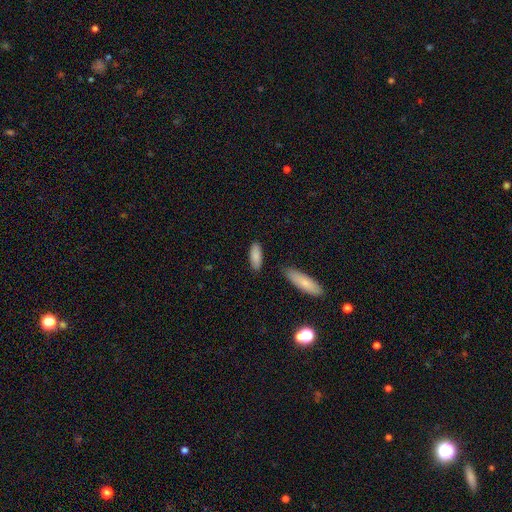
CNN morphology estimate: This is clearly a smooth galaxy (87%). How rounded: likely in between (76%). Merging: clearly none (82%).